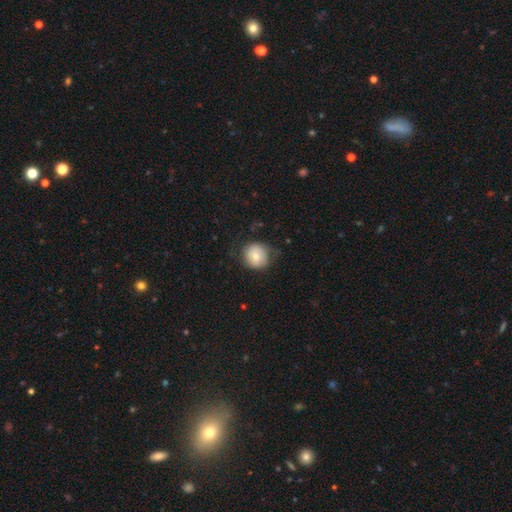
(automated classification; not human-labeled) This appears to be a smooth galaxy with no disk features (71%) that is round (88%). Merging: none (69%).